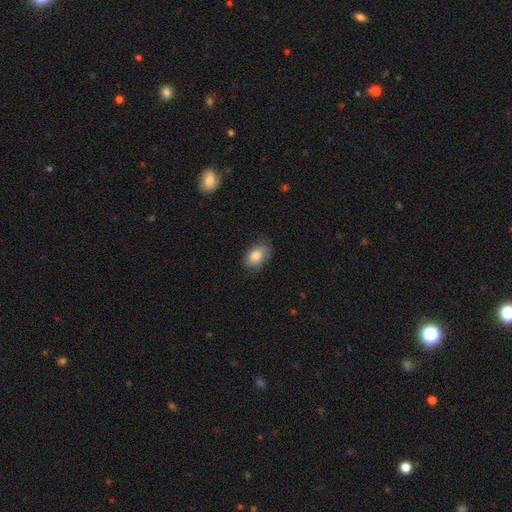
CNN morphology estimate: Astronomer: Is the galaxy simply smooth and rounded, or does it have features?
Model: smooth — 78%.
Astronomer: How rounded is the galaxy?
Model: in between — 85%.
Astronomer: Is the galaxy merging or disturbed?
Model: none — 68%.